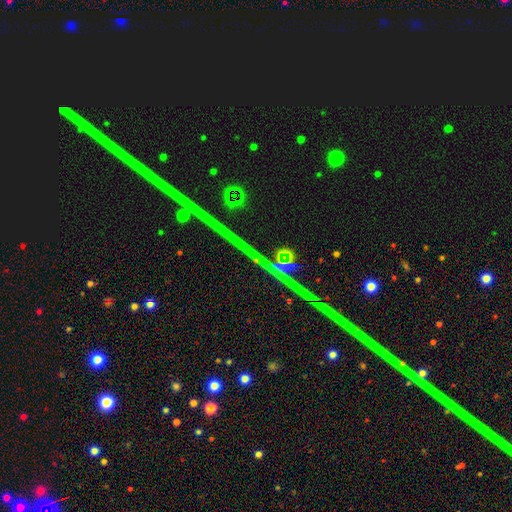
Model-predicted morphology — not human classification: smooth_or_featured: star or artifact (p=0.84) [alt: featured or disk p=0.09]